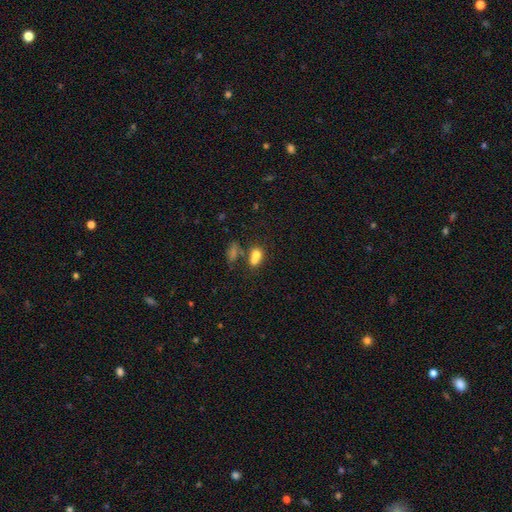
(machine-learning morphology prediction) This is likely a smooth galaxy (73%). How rounded: possibly in between (55%). Merging: possibly merger (57%).